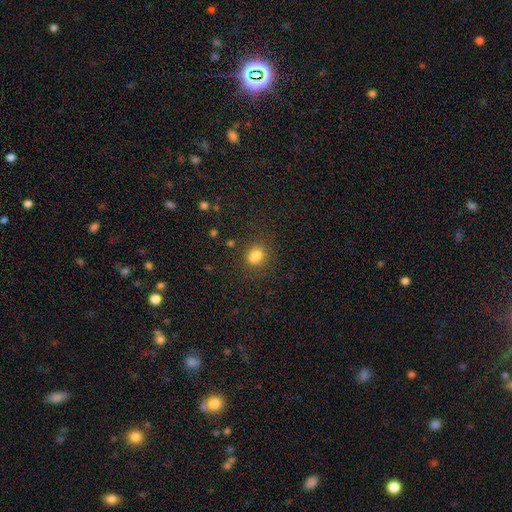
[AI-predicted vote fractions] This is likely a smooth galaxy (79%). How rounded: possibly round (51%). Merging: likely none (67%).